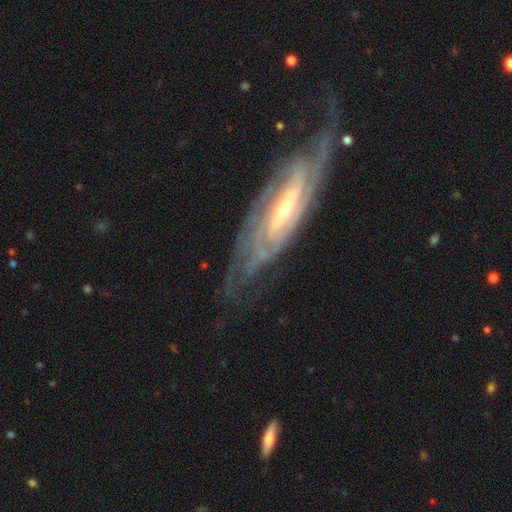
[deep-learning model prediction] The model was most divided on "bar": weak: 39%, no: 31%, strong: 31%. Remaining: spiral arms — yes (96%); smooth or featured — featured or disk (87%); edge-on disk — no (83%); merging — none (73%); bulge size — small (63%); spiral winding — tight (62%); spiral arm count — can't tell (36%).